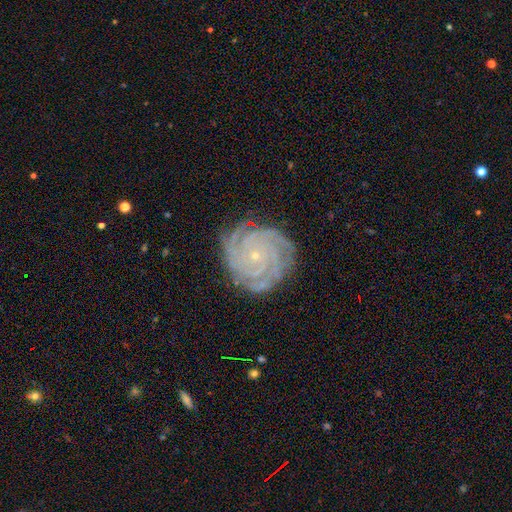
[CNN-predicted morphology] Smooth or featured?
  - featured or disk: 88% *
  - star or artifact: 7%
  - smooth: 5%
Edge-on disk?
  - no: 98% *
  - yes: 2%
Bar?
  - no: 81% *
  - weak: 14%
  - strong: 5%
Spiral arms?
  - yes: 98% *
  - no: 2%
Spiral winding?
  - tight: 85% *
  - medium: 13%
  - loose: 2%
Spiral arm count?
  - 4: 37% *
  - more than 4: 22%
  - 3: 14%
  - can't tell: 12%
  - 2: 8%
  - 1: 7%
Bulge size?
  - small: 86% *
  - moderate: 11%
  - none: 1%
  - large: 1%
  - dominant: 1%
Merging?
  - none: 82% *
  - minor disturbance: 14%
  - major disturbance: 3%
  - merger: 1%